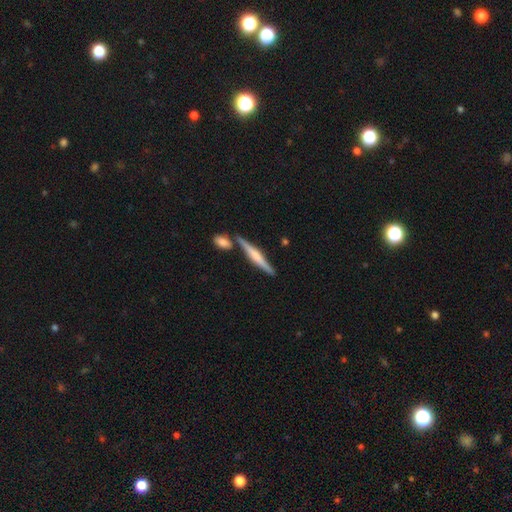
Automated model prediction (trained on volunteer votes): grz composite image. It shows a featured or disk galaxy (63%) viewed edge-on (97%) with a rounded central bulge (61%). Merging: none (77%).